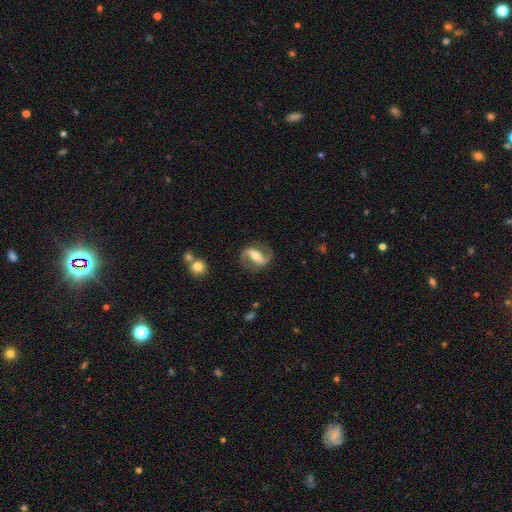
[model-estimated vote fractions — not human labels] The model was most divided on "spiral winding": loose: 44%, medium: 42%, tight: 14%. More confident: edge-on disk — no (96%); spiral arms — yes (94%); spiral arm count — 2 (92%); smooth or featured — featured or disk (85%); merging — none (81%); bulge size — moderate (61%); bar — strong (57%).